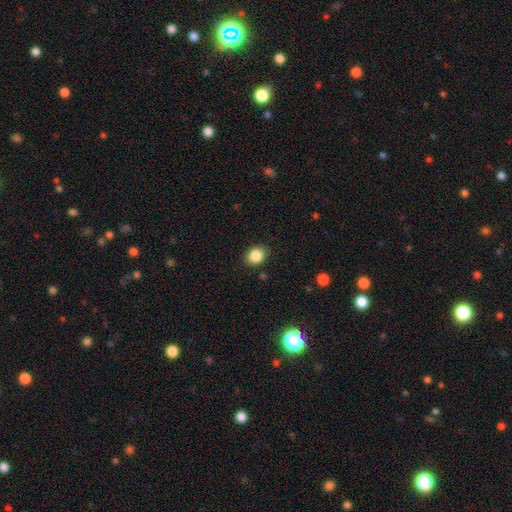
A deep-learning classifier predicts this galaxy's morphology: type=smooth (86%); roundness=round (55%); merging=none (87%).